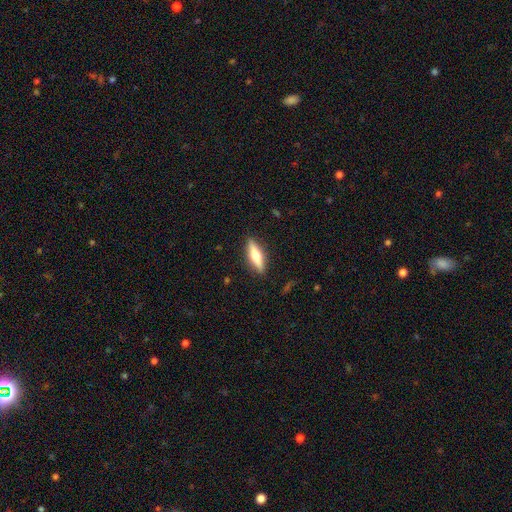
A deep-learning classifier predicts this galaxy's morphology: This is possibly a smooth galaxy (49%). Merging: clearly none (89%).